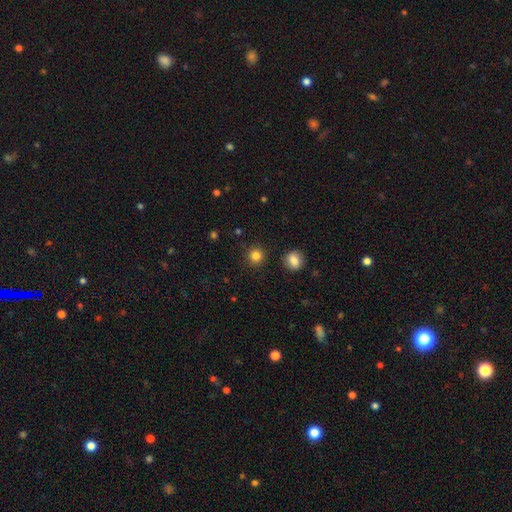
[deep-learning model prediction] smooth-or-featured: smooth: 83% | star or artifact: 12% | featured or disk: 5%
  how-rounded: round: 92% | in between: 7% | cigar-shaped: 1%
  merging: none: 89% | minor disturbance: 6% | major disturbance: 2% | merger: 2%